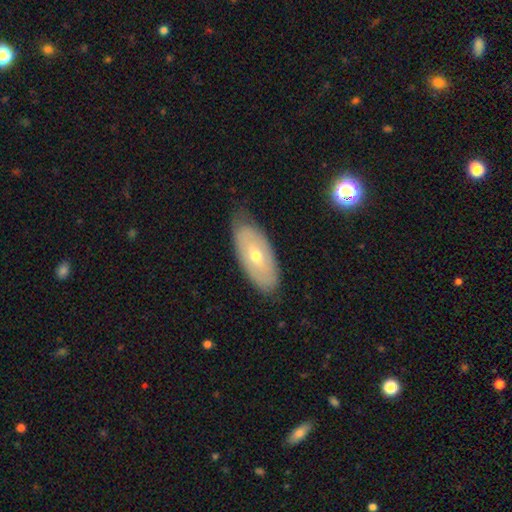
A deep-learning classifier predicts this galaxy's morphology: type=featured or disk (50%); merging=none (73%).